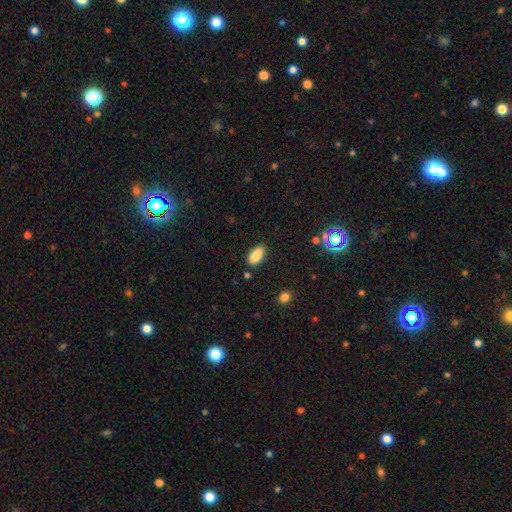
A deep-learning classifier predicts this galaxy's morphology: smooth-or-featured: smooth: 86% | star or artifact: 8% | featured or disk: 6%
  how-rounded: in between: 91% | cigar-shaped: 6% | round: 3%
  merging: none: 83% | minor disturbance: 12% | major disturbance: 3% | merger: 2%